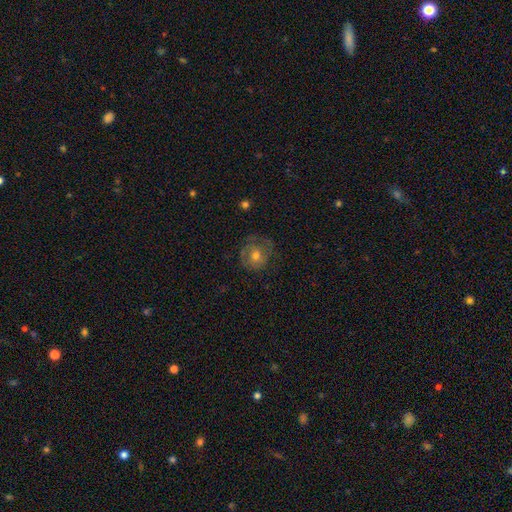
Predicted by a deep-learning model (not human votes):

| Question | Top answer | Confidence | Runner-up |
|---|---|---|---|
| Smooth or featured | smooth | 51% | featured or disk (40%) |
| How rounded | round | 83% | in between (17%) |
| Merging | none | 61% | minor disturbance (22%) |